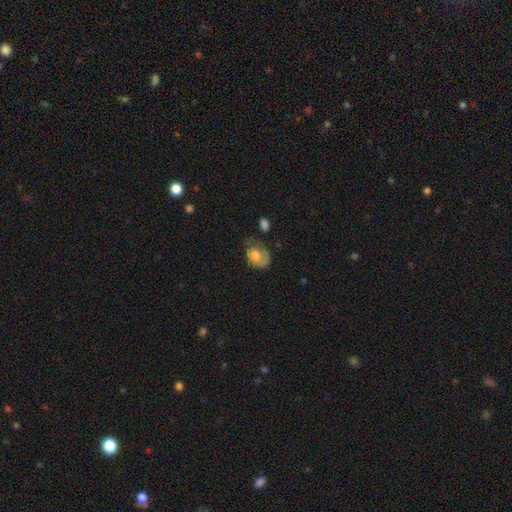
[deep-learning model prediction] smooth_or_featured: smooth (p=0.54) [alt: featured or disk p=0.39]
how_rounded: in between (p=0.65) [alt: round p=0.34]
merging: none (p=0.37) [alt: major disturbance p=0.30]